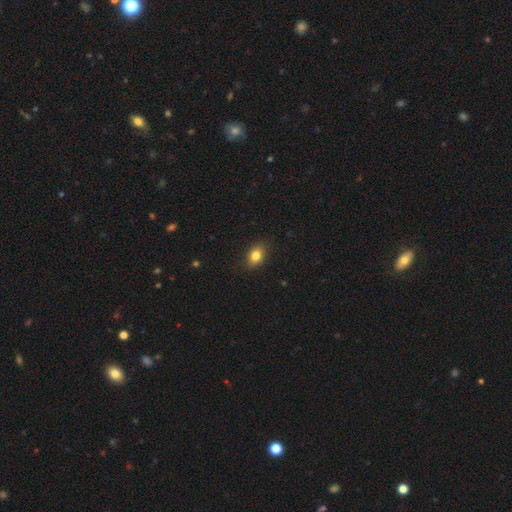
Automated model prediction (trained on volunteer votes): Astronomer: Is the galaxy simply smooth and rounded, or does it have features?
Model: smooth — 82%.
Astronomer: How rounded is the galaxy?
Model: in between — 78%.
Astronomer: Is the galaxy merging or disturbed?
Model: none — 87%.